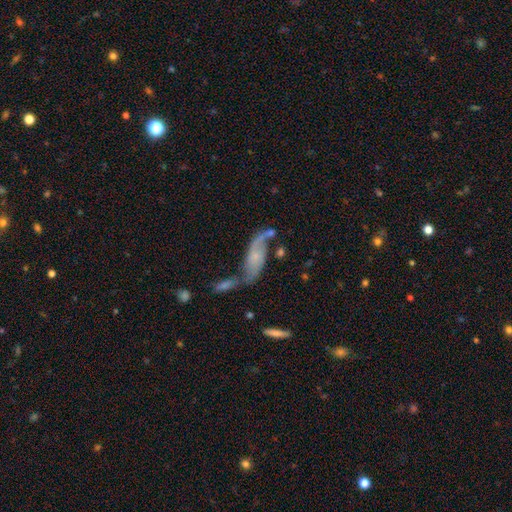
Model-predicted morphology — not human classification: The model was most divided on "merging": none: 39%, merger: 29%, minor disturbance: 18%, major disturbance: 14%. More confident: spiral arms — yes (88%); edge-on disk — no (88%); spiral arm count — 2 (86%); smooth or featured — featured or disk (72%); spiral winding — loose (71%); bar — no (66%); bulge size — small (56%).